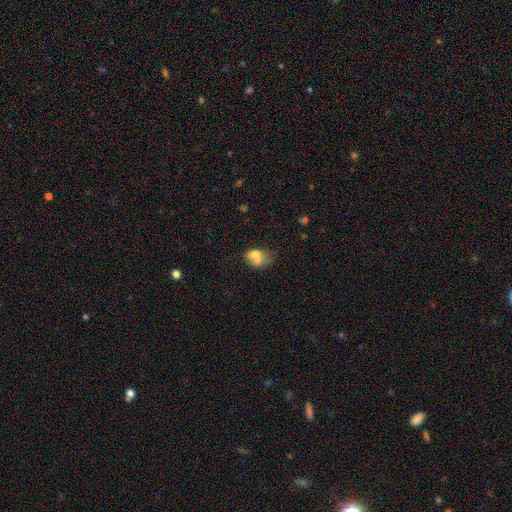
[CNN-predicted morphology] Smooth or featured? smooth (63%)
How rounded? in between (68%)
Merging? merger (53%)